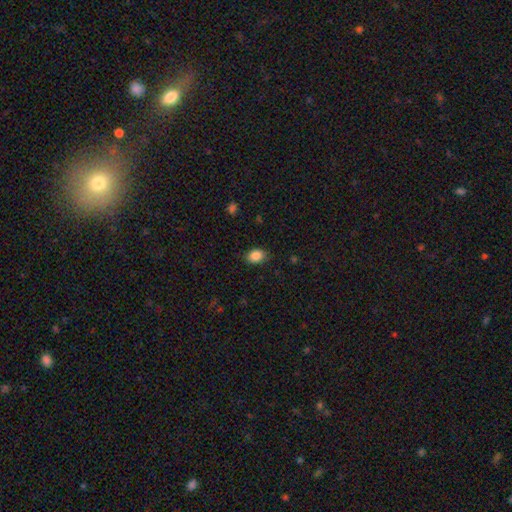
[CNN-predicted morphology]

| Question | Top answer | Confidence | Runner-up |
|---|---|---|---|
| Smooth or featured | smooth | 87% | star or artifact (9%) |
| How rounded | in between | 69% | round (30%) |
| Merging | none | 85% | minor disturbance (11%) |